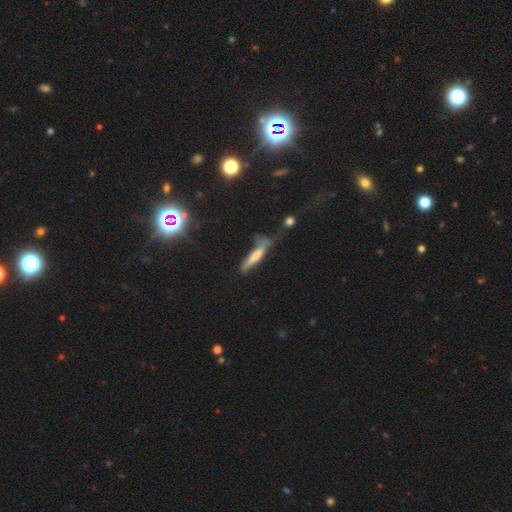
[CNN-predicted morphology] smooth_or_featured: smooth (p=0.58) [alt: featured or disk p=0.34]
how_rounded: cigar-shaped (p=0.87) [alt: in between p=0.12]
merging: none (p=0.36) [alt: minor disturbance p=0.31]